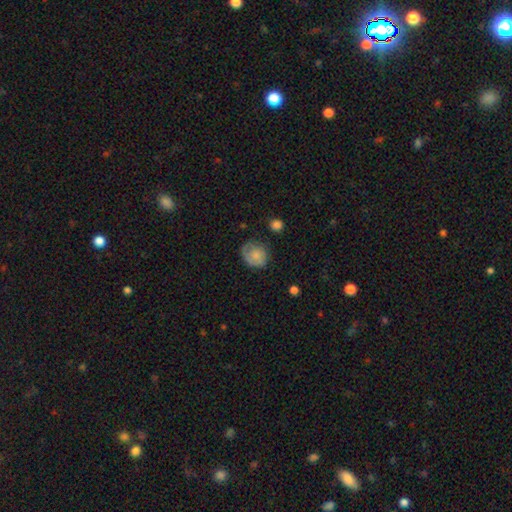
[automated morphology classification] Smooth or featured? smooth (66%)
How rounded? round (69%)
Merging? none (57%)